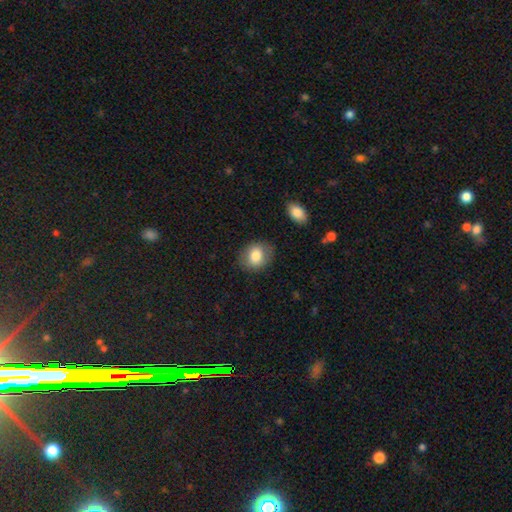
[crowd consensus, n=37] A smooth galaxy with no disk features (86%) that is in between round and cigar-shaped (53%). Merging: none (83%).